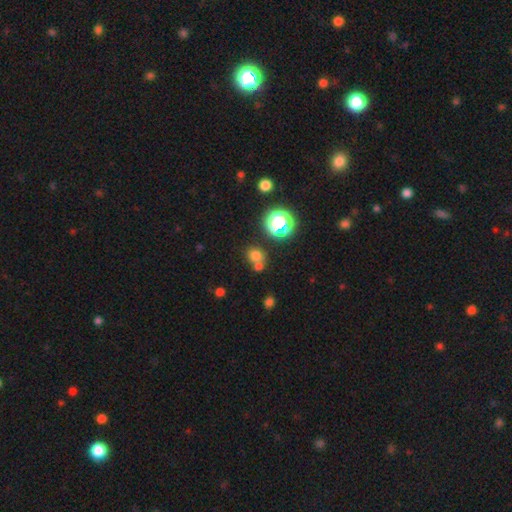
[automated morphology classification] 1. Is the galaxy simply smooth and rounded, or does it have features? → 69% smooth, 23% star or artifact, 8% featured or disk.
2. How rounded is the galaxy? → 76% round, 23% in between, 1% cigar-shaped.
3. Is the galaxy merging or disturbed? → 57% none, 31% merger, 9% minor disturbance, 4% major disturbance.